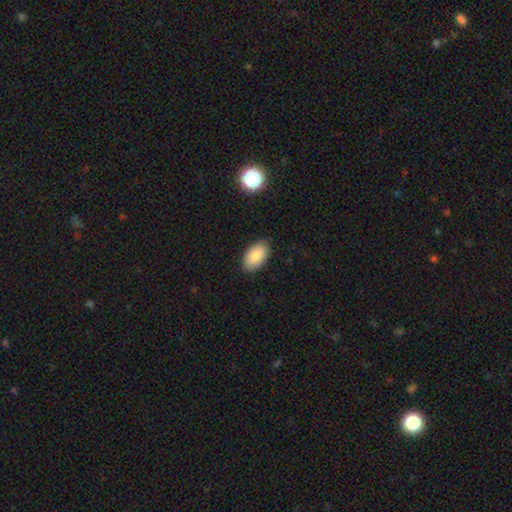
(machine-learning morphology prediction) type=smooth (87%); roundness=in between (95%); merging=none (87%).